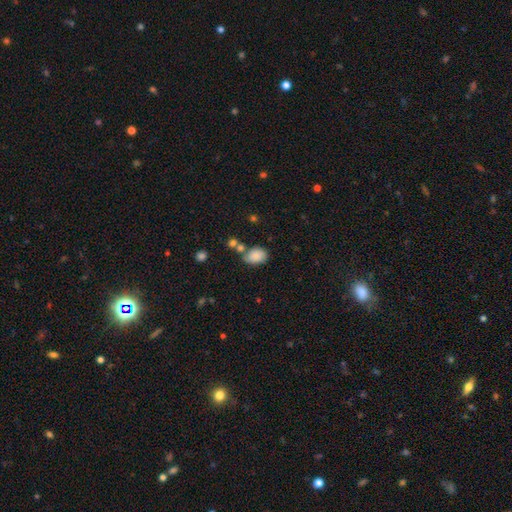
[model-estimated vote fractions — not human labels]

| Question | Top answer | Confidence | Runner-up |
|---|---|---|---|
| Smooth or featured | smooth | 85% | star or artifact (9%) |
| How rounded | in between | 77% | round (22%) |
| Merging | none | 57% | minor disturbance (20%) |